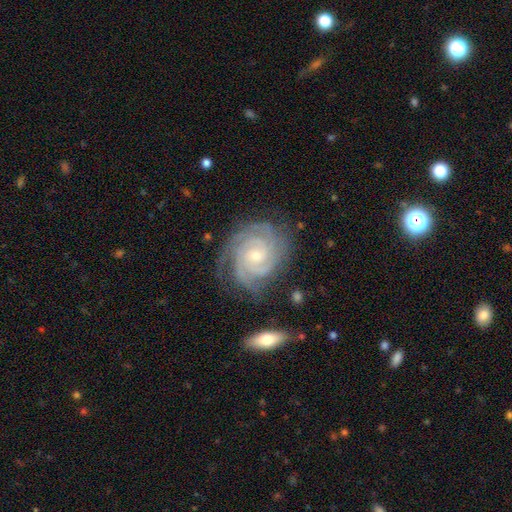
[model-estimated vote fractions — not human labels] A featured or disk galaxy (91%) with no bar (66%), 3 (35%) tight (79%) spiral arms (98%) and a small central bulge (62%).

Vote fractions:
- Smooth or featured? featured or disk: 91% / star or artifact: 5% / smooth: 5%
- Edge-on disk? no: 98% / yes: 2%
- Bar? no: 66% / weak: 27% / strong: 7%
- Spiral arms? yes: 98% / no: 2%
- Spiral winding? tight: 79% / medium: 19% / loose: 2%
- Spiral arm count? 3: 35% / 4: 23% / 2: 16% / can't tell: 14% / more than 4: 6% / 1: 5%
- Bulge size? small: 62% / moderate: 34% / none: 2% / large: 1% / dominant: 1%
- Merging? none: 74% / minor disturbance: 18% / major disturbance: 6% / merger: 2%